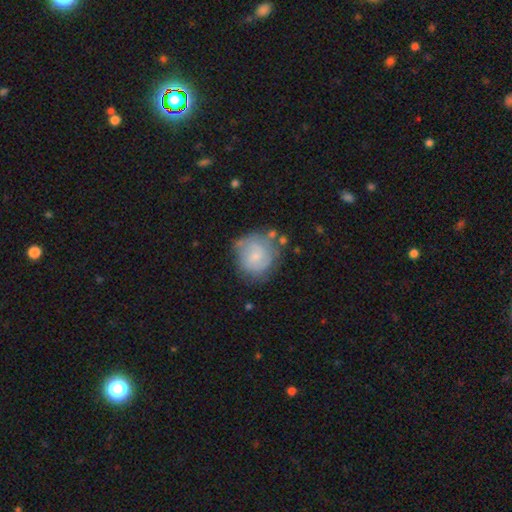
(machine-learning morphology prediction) smooth_or_featured: smooth (p=0.51) [alt: featured or disk p=0.42]
how_rounded: round (p=0.84) [alt: in between p=0.15]
merging: none (p=0.61) [alt: minor disturbance p=0.23]